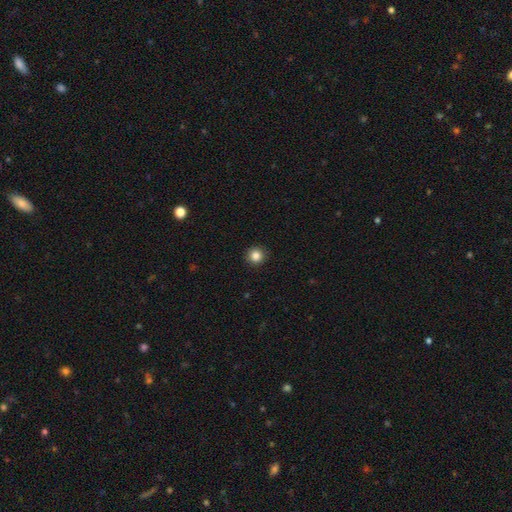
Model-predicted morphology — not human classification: Smooth or featured?
  - smooth: 85% *
  - star or artifact: 10%
  - featured or disk: 4%
How rounded?
  - round: 95% *
  - in between: 4%
  - cigar-shaped: 1%
Merging?
  - none: 93% *
  - minor disturbance: 5%
  - major disturbance: 2%
  - merger: 1%